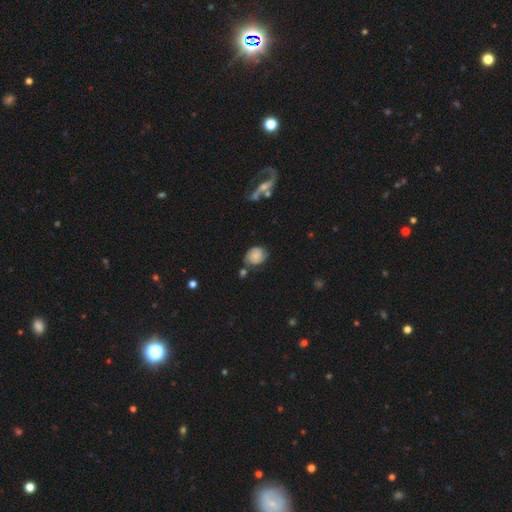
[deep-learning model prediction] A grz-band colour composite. It shows a smooth galaxy with no disk features (59%) that is round (53%). Merging: none (61%).